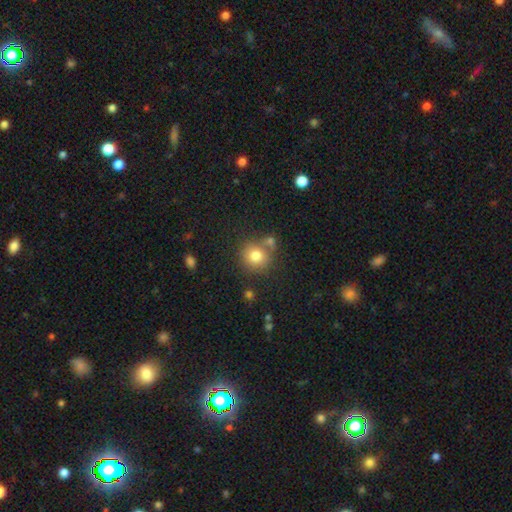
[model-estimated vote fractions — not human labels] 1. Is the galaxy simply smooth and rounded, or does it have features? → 79% smooth, 11% star or artifact, 9% featured or disk.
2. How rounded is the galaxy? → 89% round, 10% in between, 1% cigar-shaped.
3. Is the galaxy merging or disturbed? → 66% none, 18% merger, 12% minor disturbance, 4% major disturbance.